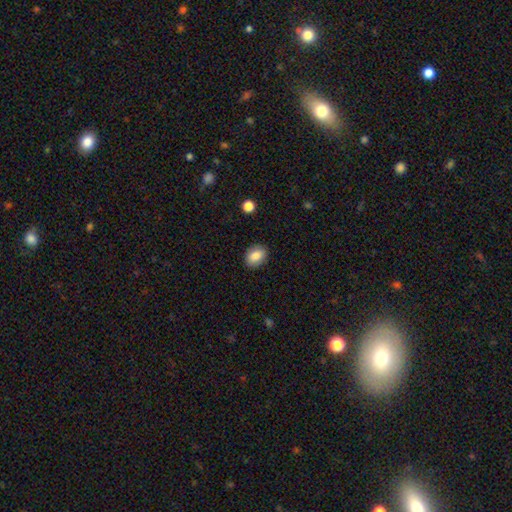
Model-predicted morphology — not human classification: This appears to be a smooth galaxy with no disk features (84%) that is in between round and cigar-shaped (62%). Merging: none (88%).